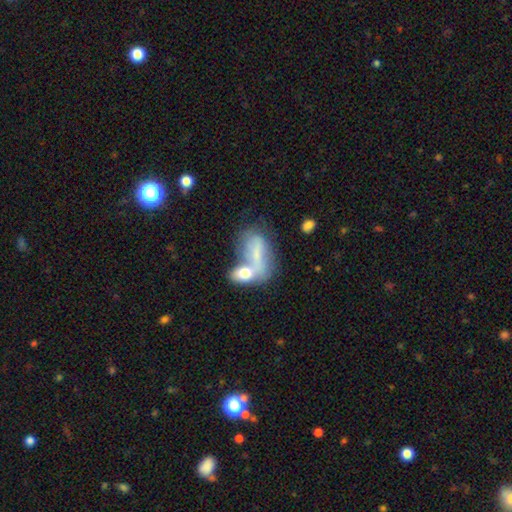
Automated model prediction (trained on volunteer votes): Smooth or featured?
  - smooth: 57% *
  - featured or disk: 31%
  - star or artifact: 12%
How rounded?
  - in between: 76% *
  - cigar-shaped: 14%
  - round: 11%
Merging?
  - merger: 51% *
  - none: 25%
  - minor disturbance: 13%
  - major disturbance: 11%